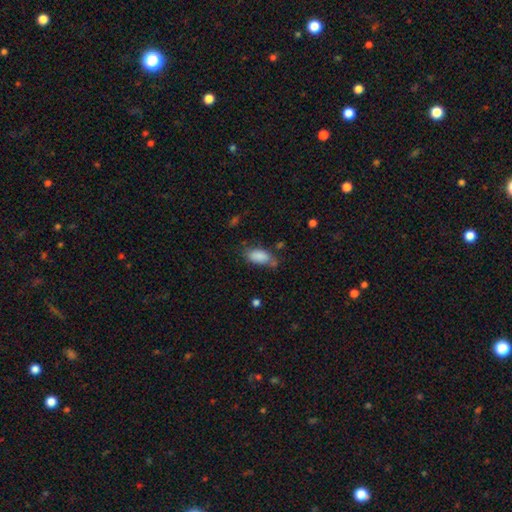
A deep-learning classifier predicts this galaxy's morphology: Smooth or featured? smooth (80%)
How rounded? in between (89%)
Merging? none (60%)